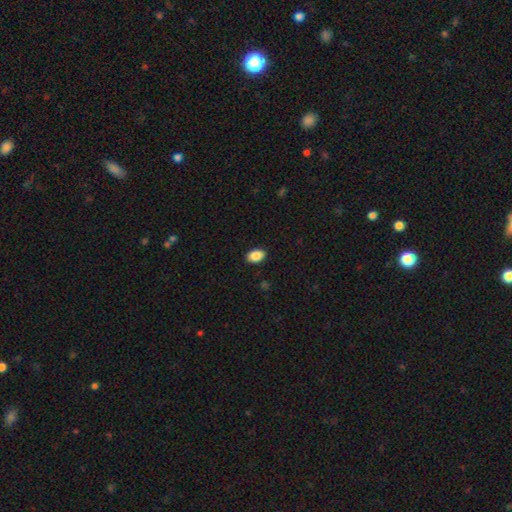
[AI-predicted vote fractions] Q: Smooth or featured?
A: smooth (88%); runner-up: star or artifact (7%)
Q: How rounded?
A: in between (90%); runner-up: round (9%)
Q: Merging?
A: none (90%); runner-up: minor disturbance (8%)